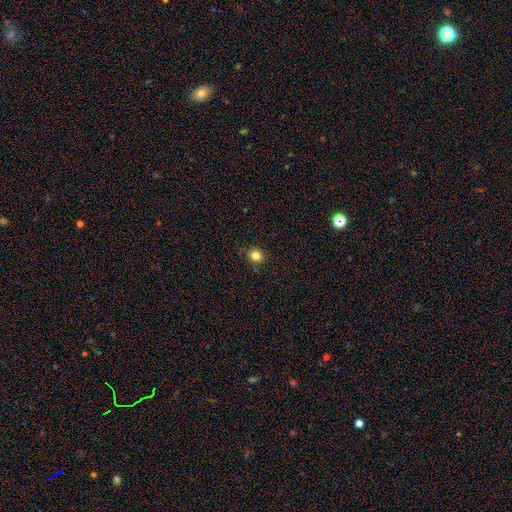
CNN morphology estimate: The model was most divided on "how rounded": round: 77%, in between: 22%, cigar-shaped: 1%. More confident: merging — none (85%); smooth or featured — smooth (81%).